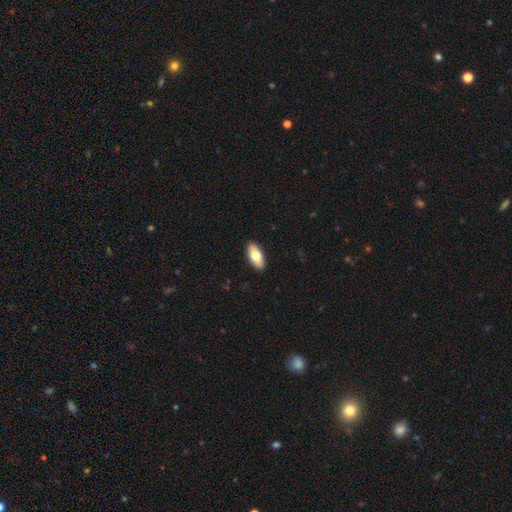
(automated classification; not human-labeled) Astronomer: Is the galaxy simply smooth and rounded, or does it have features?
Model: smooth — 74%.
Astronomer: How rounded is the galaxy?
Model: in between — 88%.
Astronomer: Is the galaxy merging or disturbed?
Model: none — 91%.